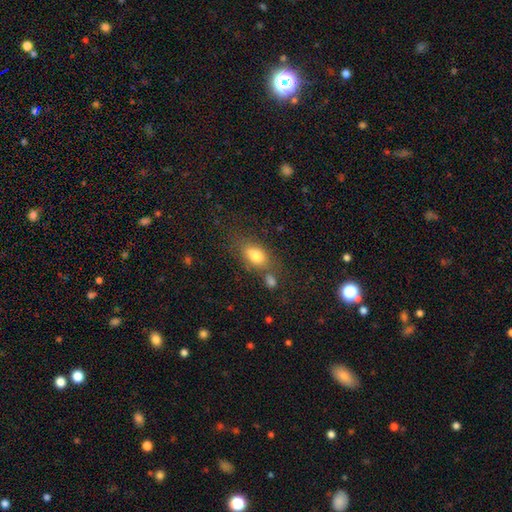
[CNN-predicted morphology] A smooth galaxy with no disk features (79%) that is in between round and cigar-shaped (85%).

Vote fractions:
- Smooth or featured? smooth: 79% / featured or disk: 11% / star or artifact: 9%
- How rounded? in between: 85% / round: 11% / cigar-shaped: 4%
- Merging? none: 55% / minor disturbance: 19% / merger: 18% / major disturbance: 8%